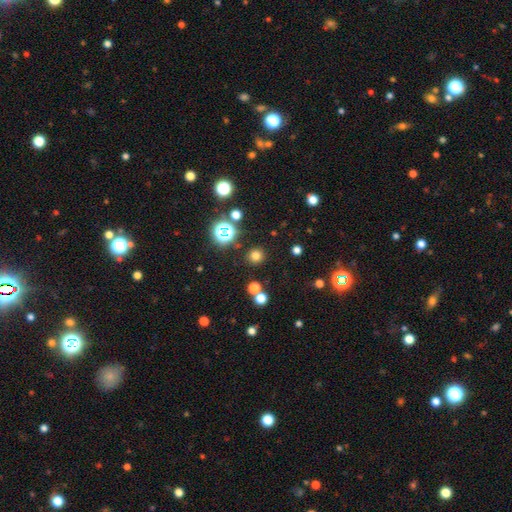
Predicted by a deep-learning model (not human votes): smooth 71%, star or artifact 24%, featured or disk 6%. Down the decision tree: how rounded — round (93%); merging — none (87%).